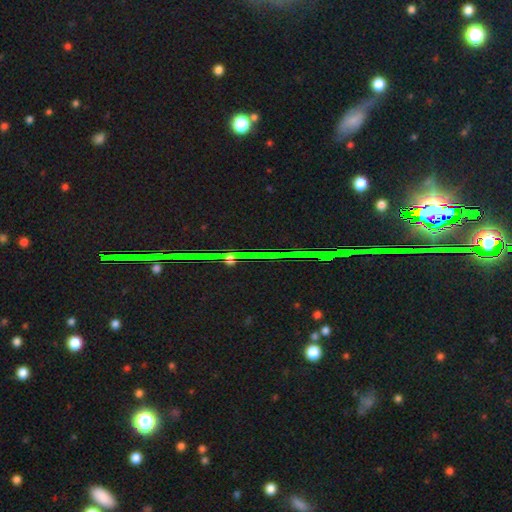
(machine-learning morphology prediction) Smooth or featured?
  - star or artifact: 81% *
  - featured or disk: 10%
  - smooth: 9%